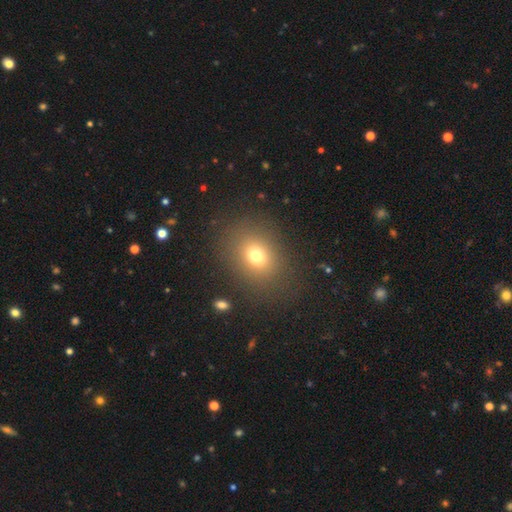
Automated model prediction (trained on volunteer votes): Q: Smooth or featured?
A: smooth (71%); runner-up: star or artifact (17%)
Q: How rounded?
A: in between (52%); runner-up: round (47%)
Q: Merging?
A: none (82%); runner-up: minor disturbance (10%)